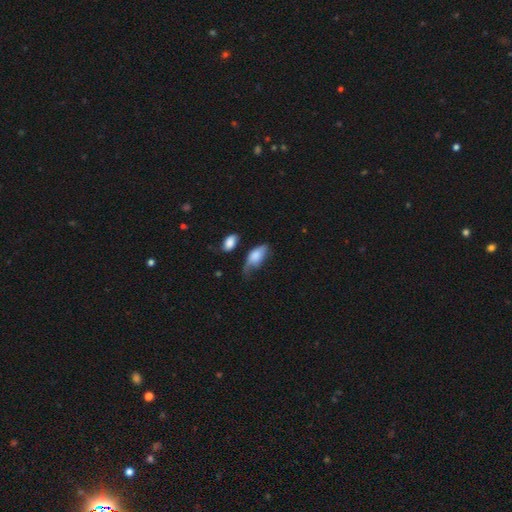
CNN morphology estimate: This appears to be a smooth galaxy with no disk features (70%) that is in between round and cigar-shaped (88%). Merging: minor disturbance (40%).